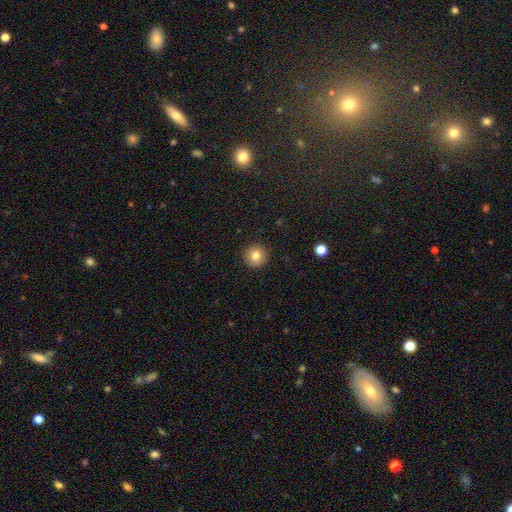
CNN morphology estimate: Overall: smooth (81%). How rounded: round (95%). Merging: none (92%).